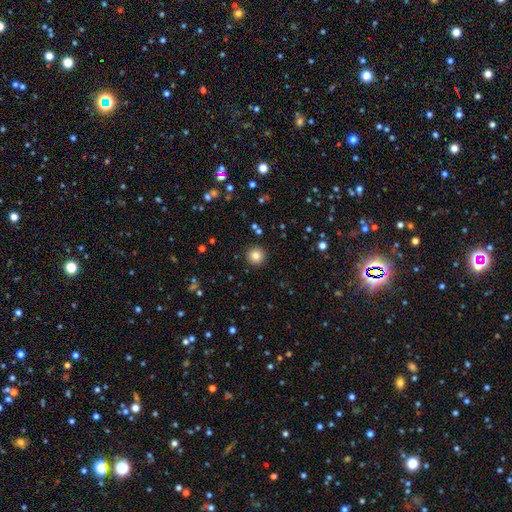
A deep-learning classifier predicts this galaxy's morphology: The model was most divided on "smooth or featured": smooth: 82%, star or artifact: 12%, featured or disk: 7%. More confident: how rounded — round (96%); merging — none (92%).